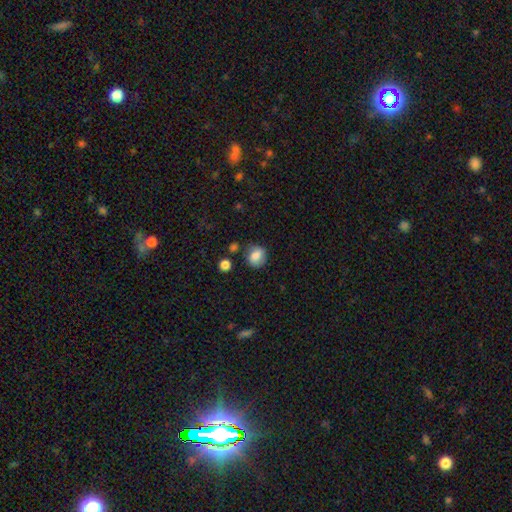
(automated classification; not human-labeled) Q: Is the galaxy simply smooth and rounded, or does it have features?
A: smooth — 78%.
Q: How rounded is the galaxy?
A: round — 72%.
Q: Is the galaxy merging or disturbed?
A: none — 76%.